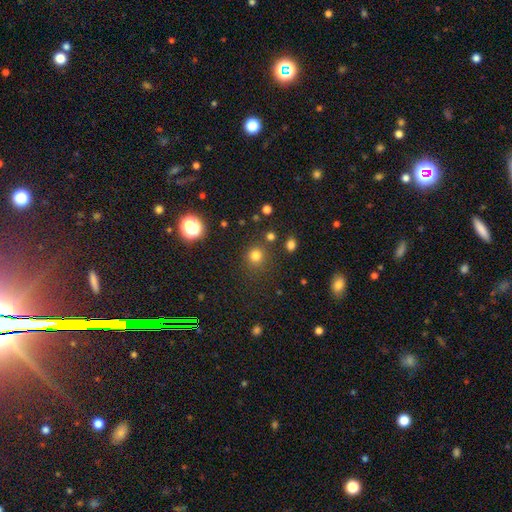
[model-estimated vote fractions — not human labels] Q: Smooth or featured?
A: smooth (77%); runner-up: star or artifact (17%)
Q: How rounded?
A: round (91%); runner-up: in between (8%)
Q: Merging?
A: none (82%); runner-up: minor disturbance (9%)